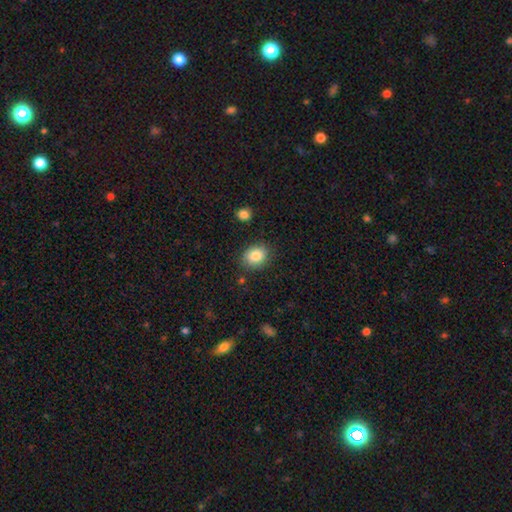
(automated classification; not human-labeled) A smooth galaxy with no disk features (85%) that is round (52%).

Vote fractions:
- Smooth or featured? smooth: 85% / star or artifact: 9% / featured or disk: 6%
- How rounded? round: 52% / in between: 47% / cigar-shaped: 1%
- Merging? none: 84% / minor disturbance: 11% / major disturbance: 3% / merger: 2%